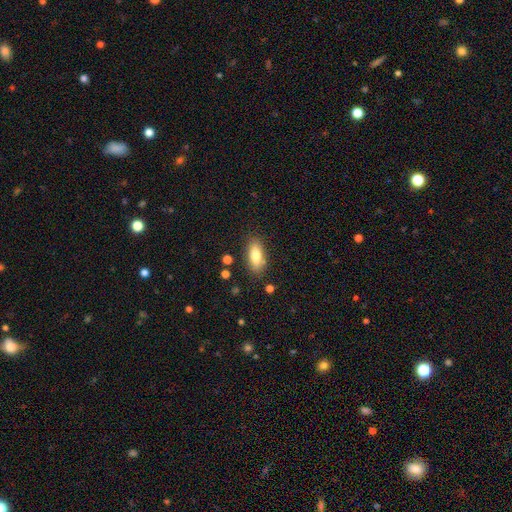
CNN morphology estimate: Smooth or featured? smooth (78%)
How rounded? in between (82%)
Merging? none (82%)